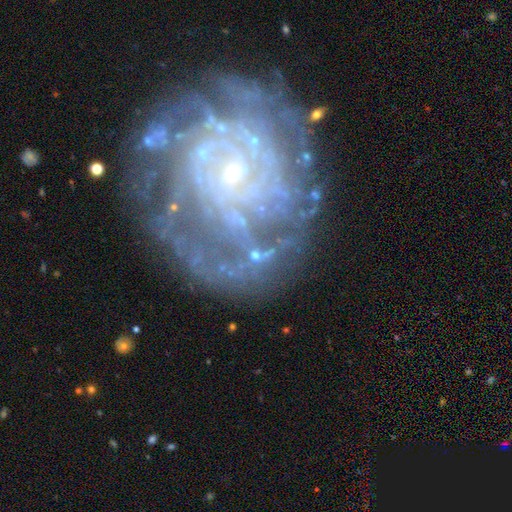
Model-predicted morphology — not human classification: Smooth or featured? Predicted: featured or disk (p=0.48). Merging? Predicted: none (p=0.54).